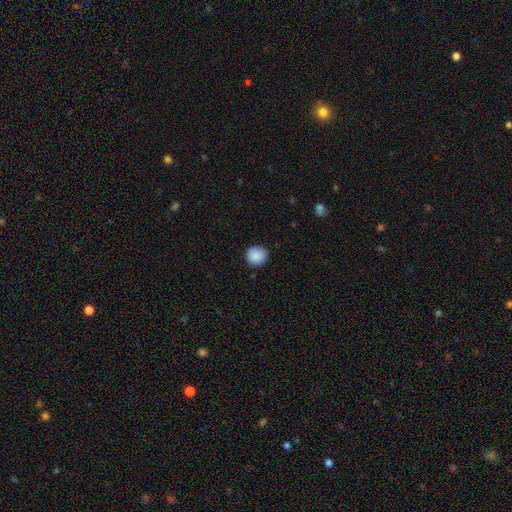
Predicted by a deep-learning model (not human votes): Overall: smooth (89%). How rounded: round (90%). Merging: none (87%).